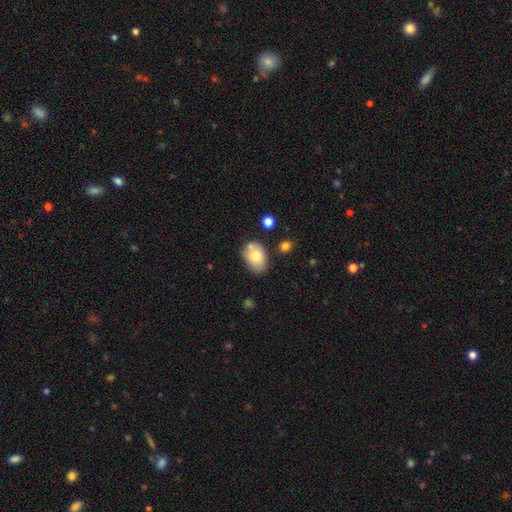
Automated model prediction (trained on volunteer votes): A smooth galaxy with no disk features (75%) that is in between round and cigar-shaped (82%).

Vote fractions:
- Smooth or featured? smooth: 75% / featured or disk: 17% / star or artifact: 8%
- How rounded? in between: 82% / round: 17% / cigar-shaped: 1%
- Merging? none: 63% / minor disturbance: 20% / merger: 12% / major disturbance: 5%